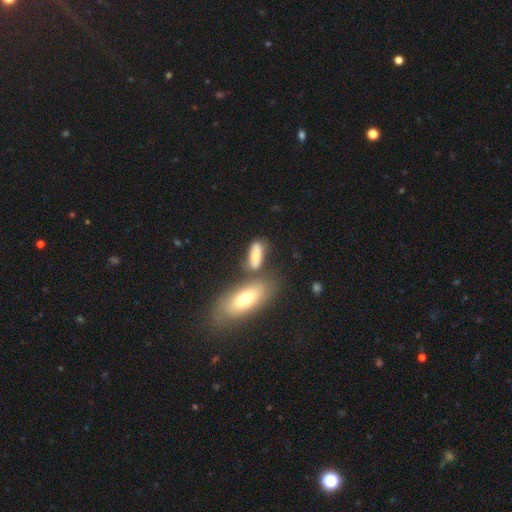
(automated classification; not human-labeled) The model was most divided on "merging": none: 53%, merger: 23%, minor disturbance: 17%, major disturbance: 7%. More confident: smooth or featured — smooth (76%); how rounded — in between (69%).